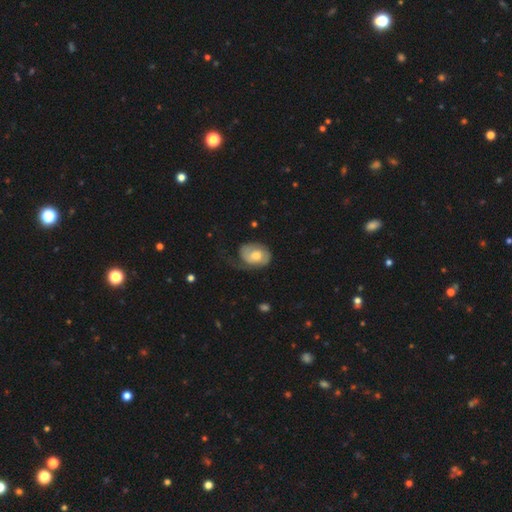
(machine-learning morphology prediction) This appears to be a featured or disk galaxy (51%). Merging: none (40%).